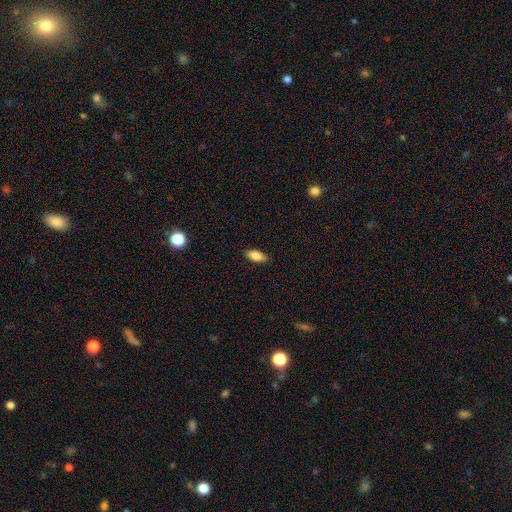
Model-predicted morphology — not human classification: smooth_or_featured: smooth (p=0.84) [alt: featured or disk p=0.09]
how_rounded: in between (p=0.86) [alt: cigar-shaped p=0.11]
merging: none (p=0.87) [alt: minor disturbance p=0.10]